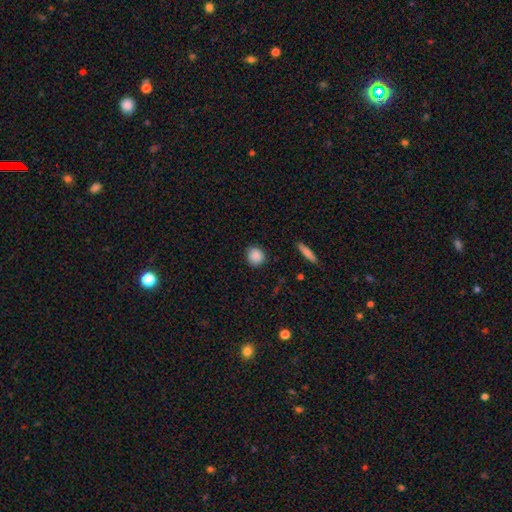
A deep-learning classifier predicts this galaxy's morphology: type=smooth (88%); roundness=round (87%); merging=none (87%).